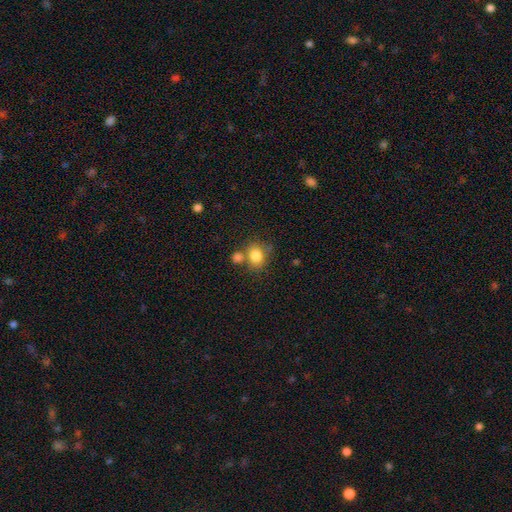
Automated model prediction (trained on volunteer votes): smooth-or-featured: smooth: 83% | star or artifact: 10% | featured or disk: 7%
  how-rounded: round: 64% | in between: 35% | cigar-shaped: 1%
  merging: none: 55% | merger: 26% | minor disturbance: 13% | major disturbance: 5%